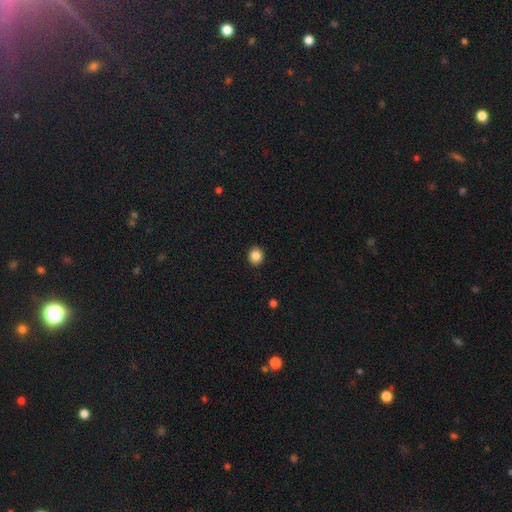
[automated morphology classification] smooth 86%, star or artifact 10%, featured or disk 4%. Down the decision tree: how rounded — round (81%); merging — none (92%).